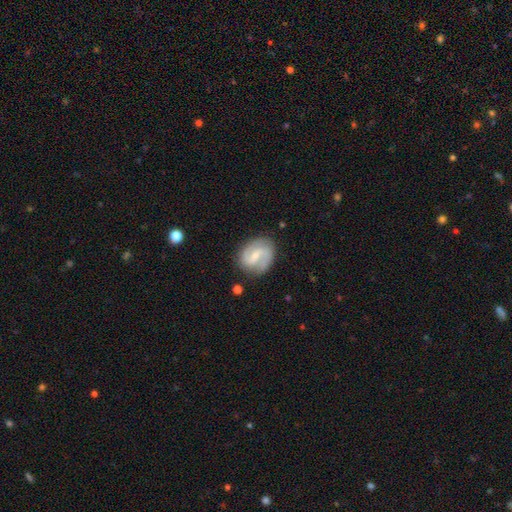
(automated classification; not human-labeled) featured or disk 81%, smooth 14%, star or artifact 5%. Down the decision tree: edge-on disk — no (98%); bar — weak (57%); spiral arms — yes (95%); spiral arm count — 2 (89%); spiral winding — medium (51%); bulge size — small (59%); merging — none (79%).